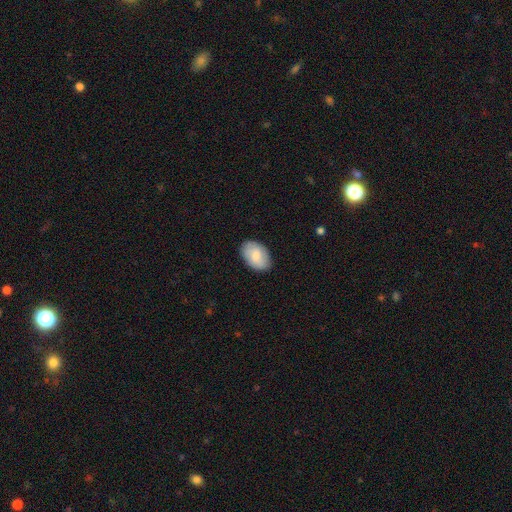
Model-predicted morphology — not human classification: smooth 80%, featured or disk 15%, star or artifact 6%. Down the decision tree: how rounded — in between (90%); merging — none (86%).